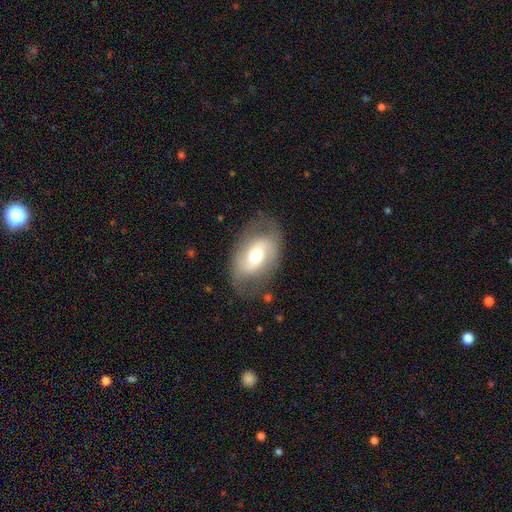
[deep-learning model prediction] Overall: featured or disk (58%; smooth 35%). Edge-on disk: no (93%). Bar: weak (38%, tied with no). Spiral arms: yes (68%; no 32%). Bulge size: moderate (64%). Merging: none (70%).